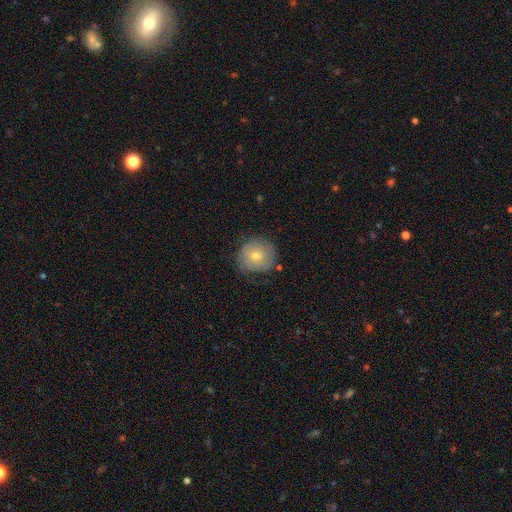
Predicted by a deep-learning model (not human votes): Overall: smooth (55%; featured or disk 35%). How rounded: round (91%). Merging: none (75%).